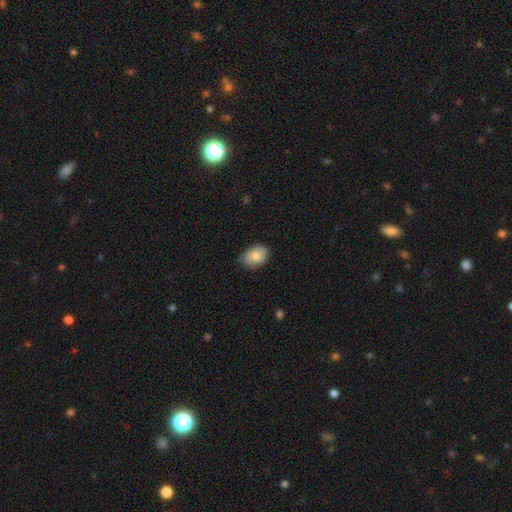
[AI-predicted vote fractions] Overall: smooth (85%). How rounded: in between (81%). Merging: none (69%).